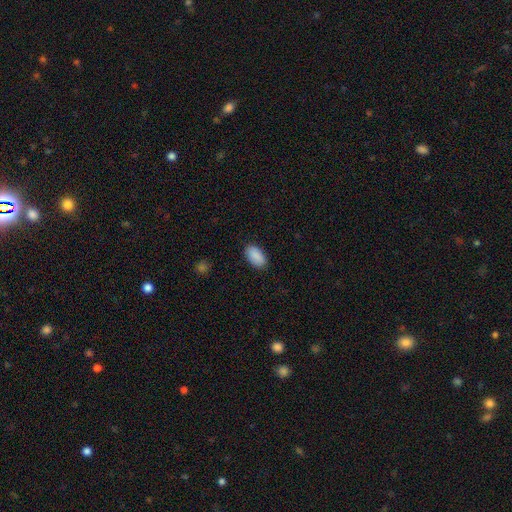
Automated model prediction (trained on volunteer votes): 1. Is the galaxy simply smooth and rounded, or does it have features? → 91% smooth, 7% star or artifact, 3% featured or disk.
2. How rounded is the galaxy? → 95% in between, 3% round, 2% cigar-shaped.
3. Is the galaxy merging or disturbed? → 88% none, 9% minor disturbance, 2% major disturbance, 1% merger.